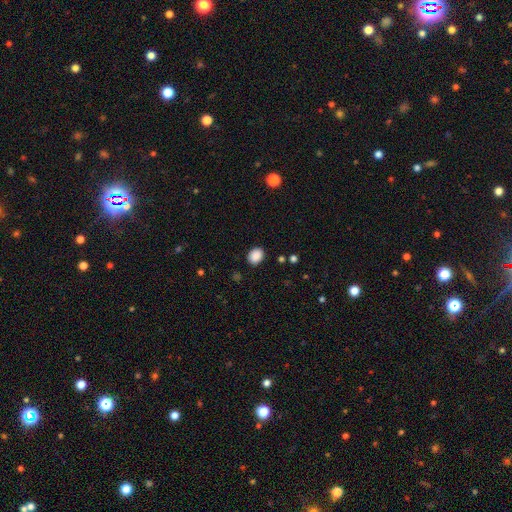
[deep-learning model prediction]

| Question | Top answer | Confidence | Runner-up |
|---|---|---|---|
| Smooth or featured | smooth | 88% | star or artifact (9%) |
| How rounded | in between | 54% | round (45%) |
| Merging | none | 88% | minor disturbance (8%) |